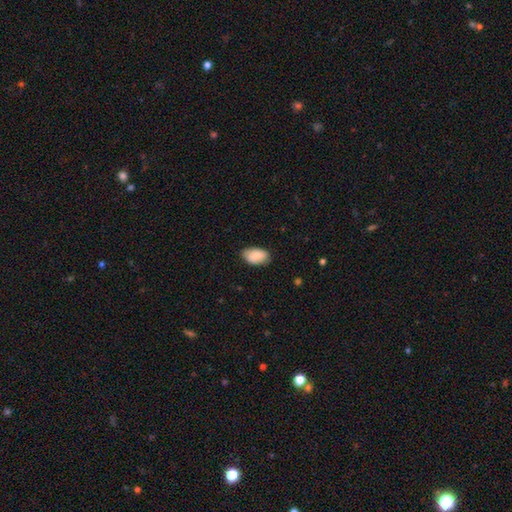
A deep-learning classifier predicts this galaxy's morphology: This is clearly a smooth galaxy (84%). How rounded: clearly in between (94%). Merging: clearly none (81%).